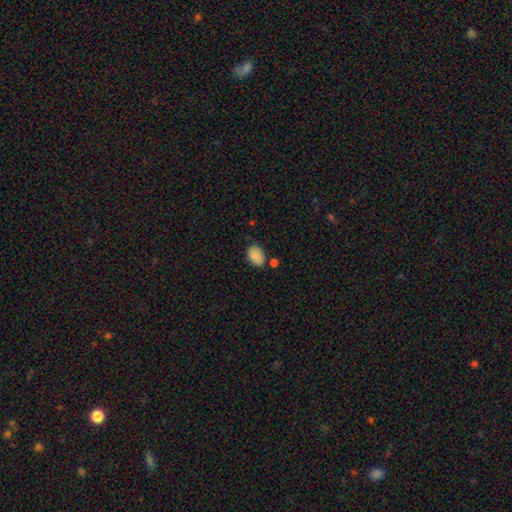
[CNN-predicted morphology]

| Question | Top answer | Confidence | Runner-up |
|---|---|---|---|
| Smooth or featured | smooth | 87% | star or artifact (8%) |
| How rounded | in between | 82% | round (17%) |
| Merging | none | 69% | minor disturbance (18%) |